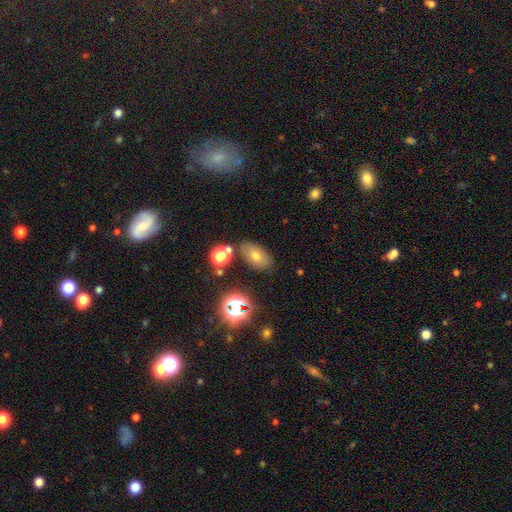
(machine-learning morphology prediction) Overall: smooth (64%). How rounded: in between (86%). Merging: none (73%).